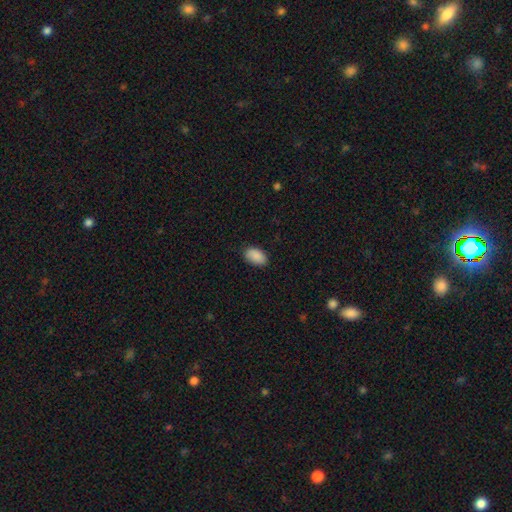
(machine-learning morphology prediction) This is clearly a smooth galaxy (90%). How rounded: clearly in between (92%). Merging: clearly none (86%).